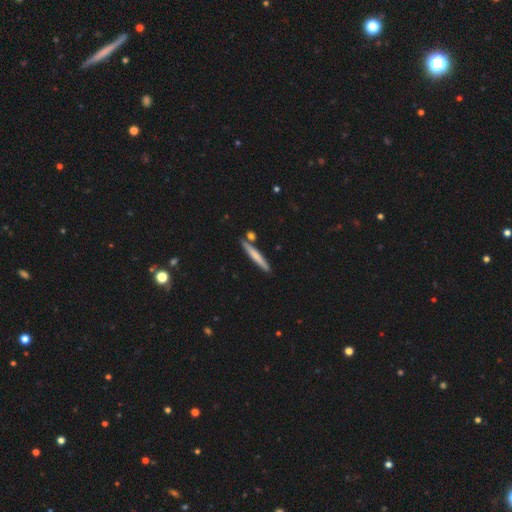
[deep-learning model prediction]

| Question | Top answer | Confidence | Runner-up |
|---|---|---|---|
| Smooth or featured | smooth | 63% | featured or disk (32%) |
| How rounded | cigar-shaped | 95% | in between (3%) |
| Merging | none | 83% | minor disturbance (9%) |